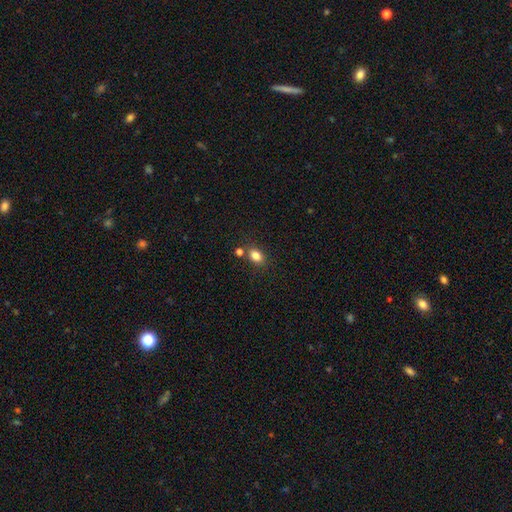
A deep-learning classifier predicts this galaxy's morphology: smooth-or-featured: smooth: 83% | star or artifact: 11% | featured or disk: 7%
  how-rounded: in between: 76% | round: 22% | cigar-shaped: 2%
  merging: none: 73% | merger: 13% | minor disturbance: 11% | major disturbance: 3%